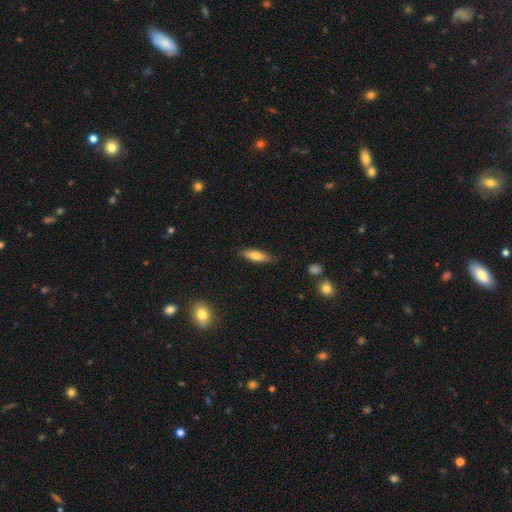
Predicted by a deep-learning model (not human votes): Morphology: type=smooth (69%); roundness=cigar-shaped (58%); merging=none (85%).